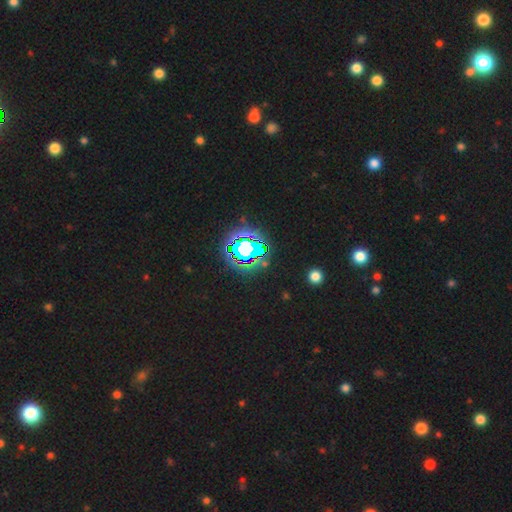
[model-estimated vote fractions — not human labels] Q: Smooth or featured?
A: star or artifact (80%); runner-up: smooth (13%)